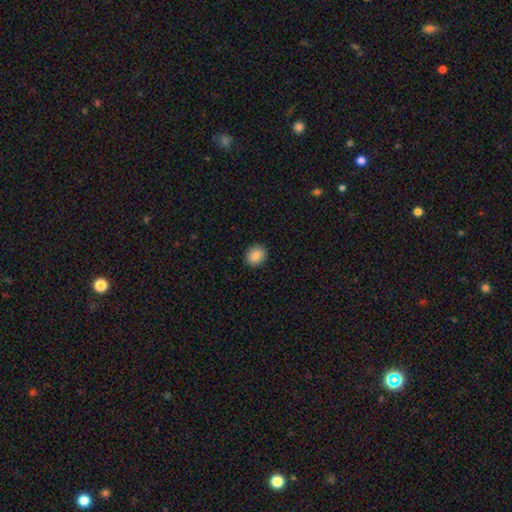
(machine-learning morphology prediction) smooth_or_featured: smooth (p=0.86) [alt: star or artifact p=0.08]
how_rounded: round (p=0.66) [alt: in between p=0.33]
merging: none (p=0.89) [alt: minor disturbance p=0.08]